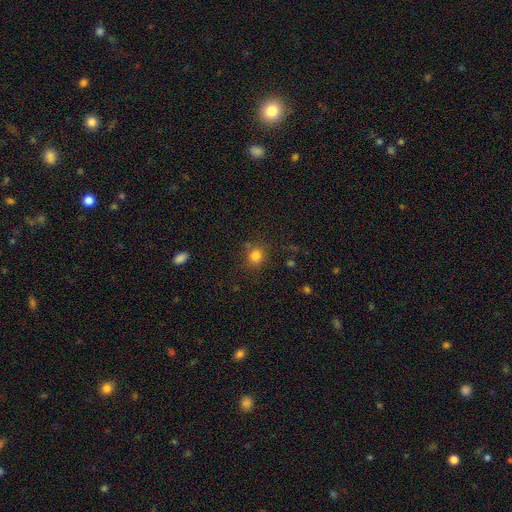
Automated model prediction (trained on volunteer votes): The model was most divided on "merging": none: 75%, minor disturbance: 13%, merger: 7%, major disturbance: 5%. More confident: how rounded — round (82%); smooth or featured — smooth (81%).